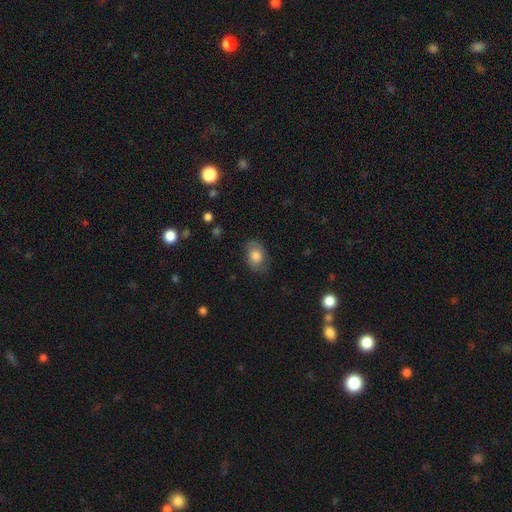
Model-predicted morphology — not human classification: A smooth galaxy with no disk features (62%) that is in between round and cigar-shaped (71%).

Vote fractions:
- Smooth or featured? smooth: 62% / featured or disk: 30% / star or artifact: 9%
- How rounded? in between: 71% / round: 28% / cigar-shaped: 1%
- Merging? none: 69% / minor disturbance: 21% / major disturbance: 8% / merger: 1%